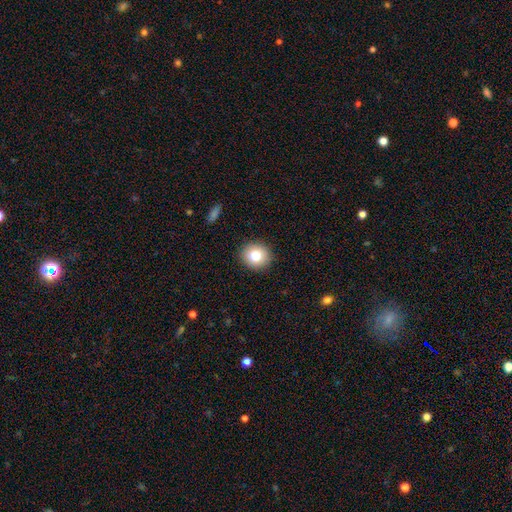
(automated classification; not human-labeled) A smooth galaxy with no disk features (79%) that is round (87%).

Vote fractions:
- Smooth or featured? smooth: 79% / featured or disk: 10% / star or artifact: 10%
- How rounded? round: 87% / in between: 12% / cigar-shaped: 1%
- Merging? none: 91% / minor disturbance: 6% / major disturbance: 2% / merger: 1%